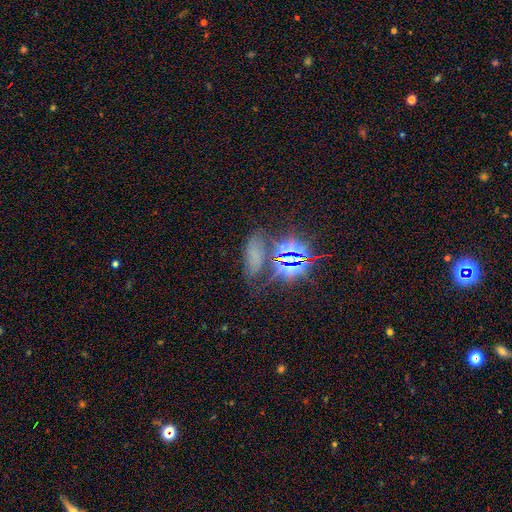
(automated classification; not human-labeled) A star or artifact, not a galaxy (51%).